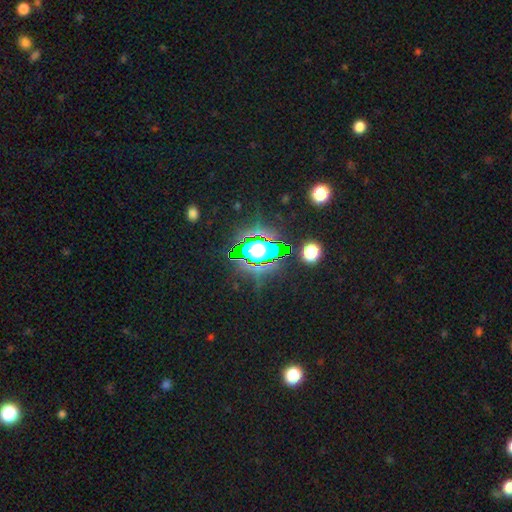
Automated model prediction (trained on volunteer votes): Smooth or featured? star or artifact (67%)